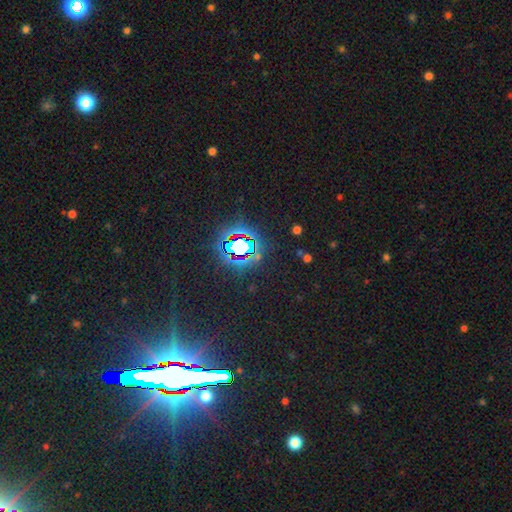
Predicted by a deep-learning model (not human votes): Smooth or featured? Predicted: star or artifact (p=0.79).